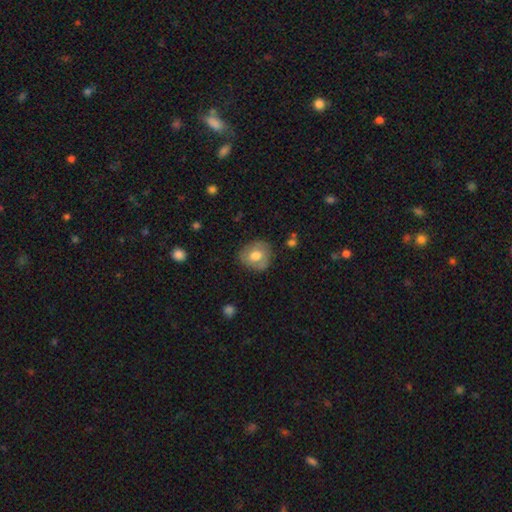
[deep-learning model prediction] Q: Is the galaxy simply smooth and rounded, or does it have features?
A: smooth — 66%.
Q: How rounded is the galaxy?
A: round — 73%.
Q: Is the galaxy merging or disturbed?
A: none — 77%.